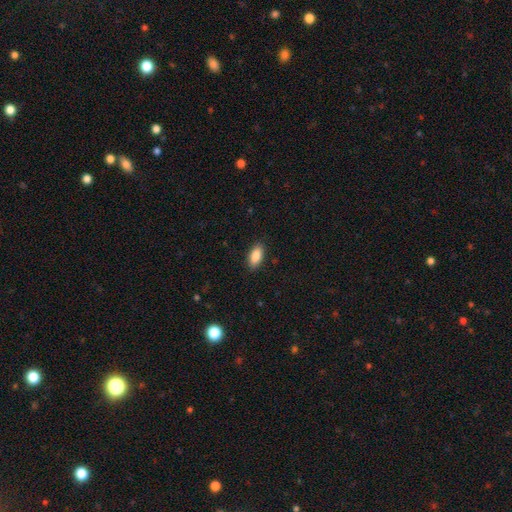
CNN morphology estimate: Smooth or featured: smooth — 88% (star or artifact — 7%)
How rounded: in between — 90% (cigar-shaped — 7%)
Merging: none — 89% (minor disturbance — 8%)